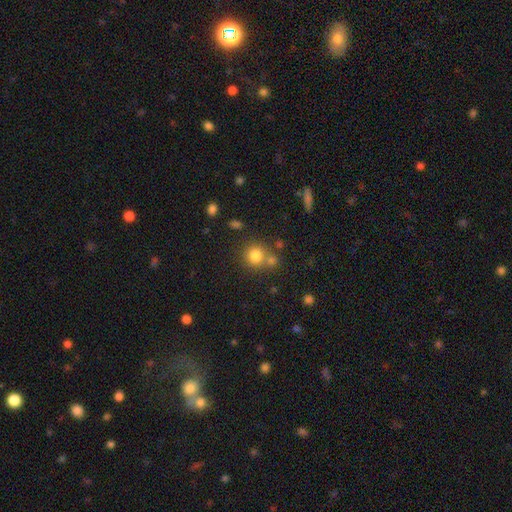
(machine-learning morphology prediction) type=smooth (80%); roundness=round (89%); merging=none (64%).